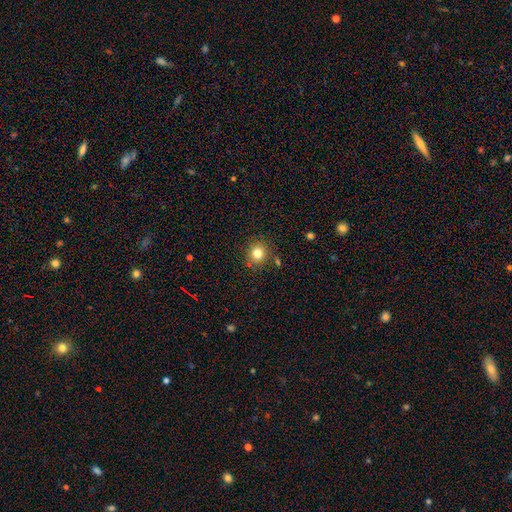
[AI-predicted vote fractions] Overall: smooth (80%). How rounded: round (89%). Merging: none (85%).